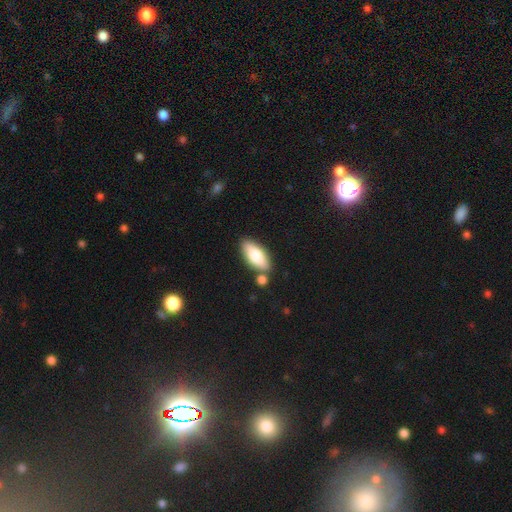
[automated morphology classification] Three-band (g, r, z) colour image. It shows a smooth galaxy with no disk features (77%) that is in between round and cigar-shaped (81%). Merging: none (76%).